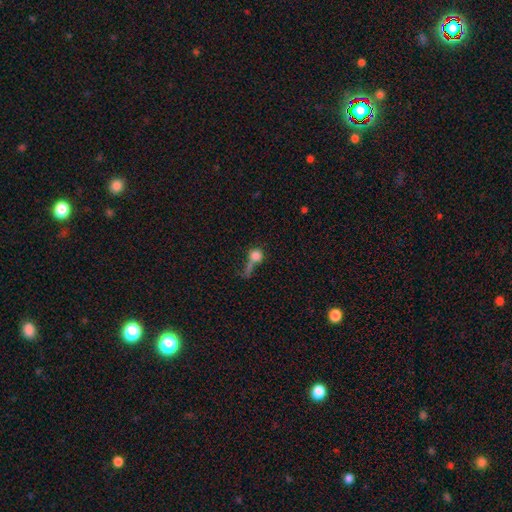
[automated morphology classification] A smooth galaxy with no disk features (75%) that is round (82%).

Vote fractions:
- Smooth or featured? smooth: 75% / featured or disk: 13% / star or artifact: 12%
- How rounded? round: 82% / in between: 15% / cigar-shaped: 3%
- Merging? merger: 33% / none: 29% / major disturbance: 26% / minor disturbance: 13%